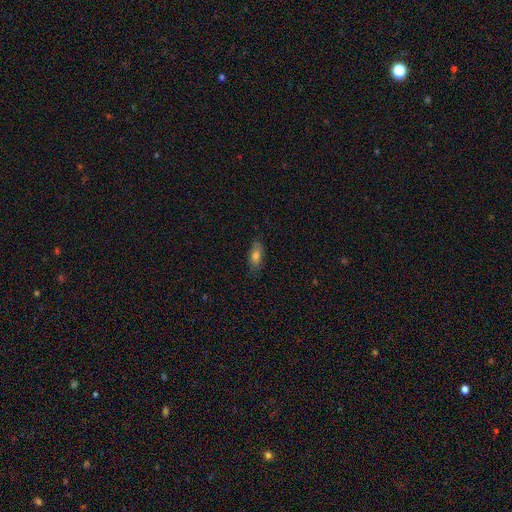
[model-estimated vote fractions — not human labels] Morphology: type=smooth (76%); roundness=in between (81%); merging=none (80%).